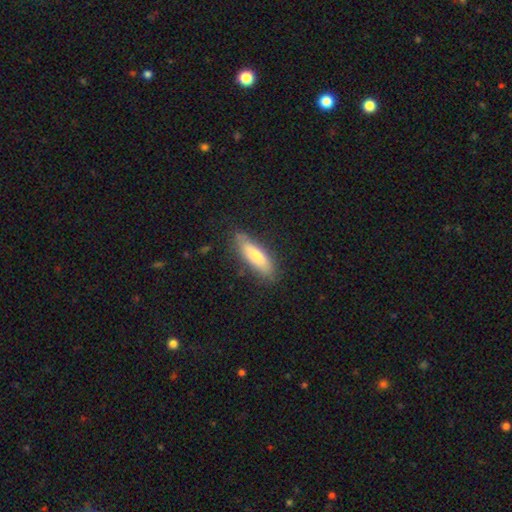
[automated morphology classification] smooth 69%, featured or disk 25%, star or artifact 6%. Down the decision tree: how rounded — cigar-shaped (54%); merging — none (80%).